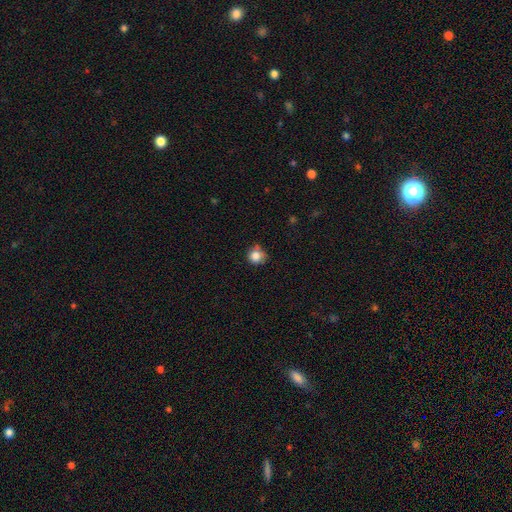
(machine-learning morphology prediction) Smooth or featured: smooth — 82% (star or artifact — 11%)
How rounded: round — 88% (in between — 11%)
Merging: none — 64% (minor disturbance — 26%)